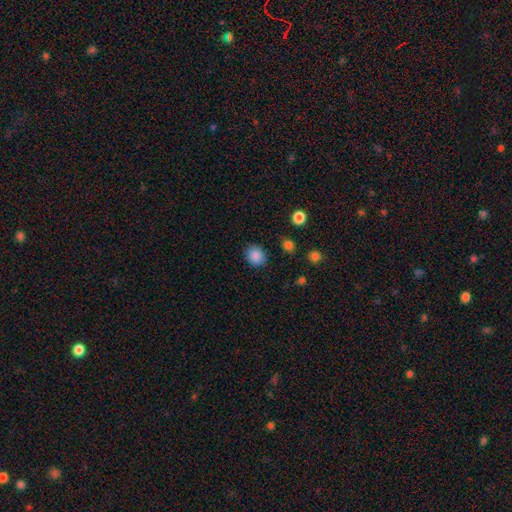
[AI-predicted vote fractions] This appears to be a smooth galaxy with no disk features (87%) that is round (68%). Merging: none (85%).